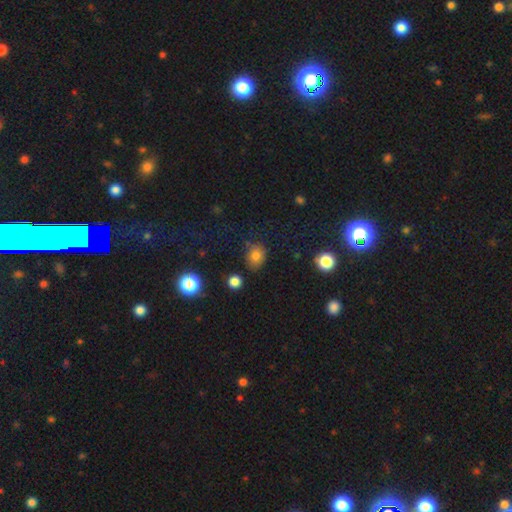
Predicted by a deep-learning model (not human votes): This appears to be a smooth galaxy with no disk features (76%) that is in between round and cigar-shaped (50%). Merging: none (69%).